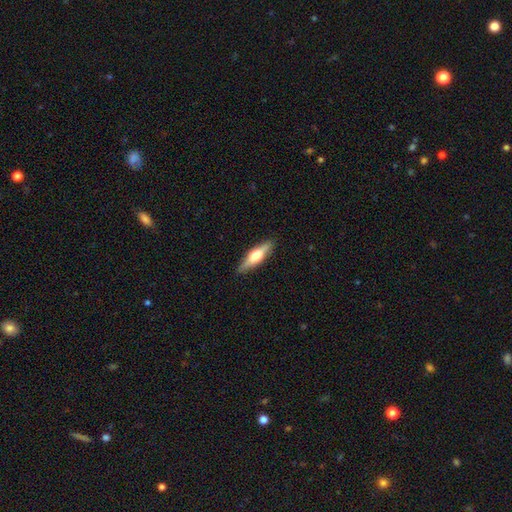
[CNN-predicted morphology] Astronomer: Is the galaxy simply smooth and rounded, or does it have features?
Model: featured or disk — 55% (runner-up: smooth, 39%).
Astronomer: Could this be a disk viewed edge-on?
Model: yes — 95%.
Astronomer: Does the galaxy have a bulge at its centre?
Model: rounded — 94%.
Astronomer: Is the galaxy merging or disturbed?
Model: none — 90%.